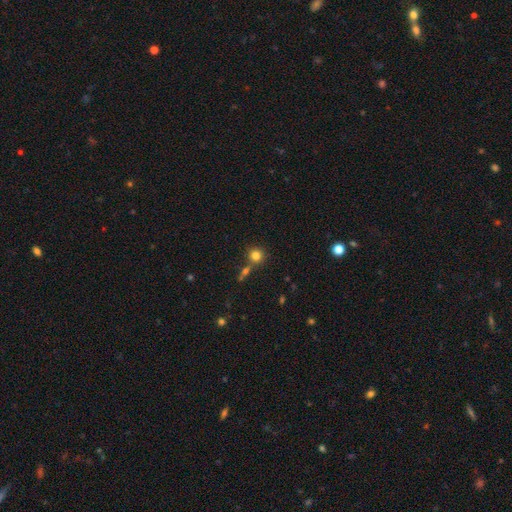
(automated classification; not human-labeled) Smooth or featured? smooth (80%)
How rounded? round (91%)
Merging? none (68%)